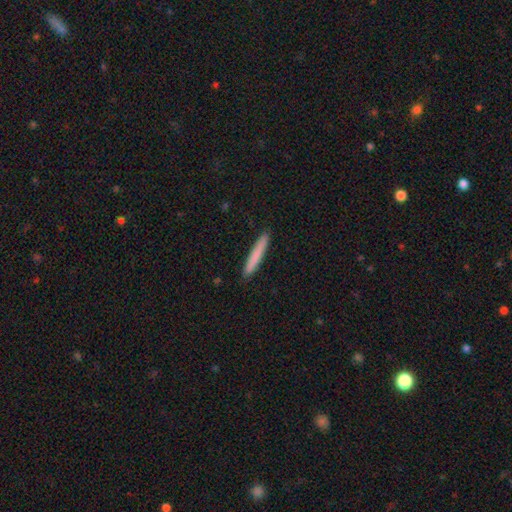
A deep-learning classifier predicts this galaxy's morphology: Smooth or featured: smooth — 79% (featured or disk — 15%)
How rounded: cigar-shaped — 96% (in between — 3%)
Merging: none — 91% (minor disturbance — 6%)